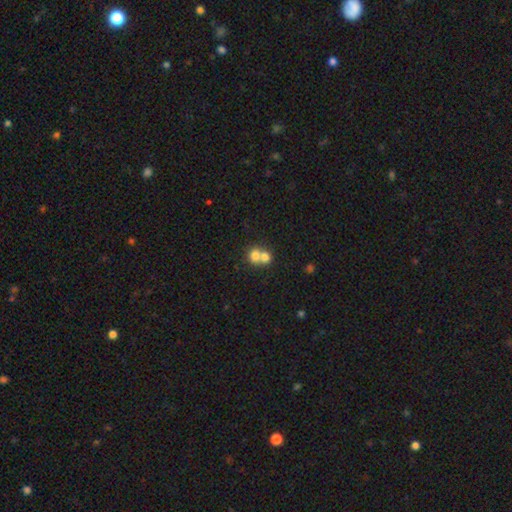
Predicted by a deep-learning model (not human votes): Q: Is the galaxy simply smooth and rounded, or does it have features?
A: smooth — 73%.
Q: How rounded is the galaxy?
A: round — 73%.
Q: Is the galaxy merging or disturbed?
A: merger — 67%.